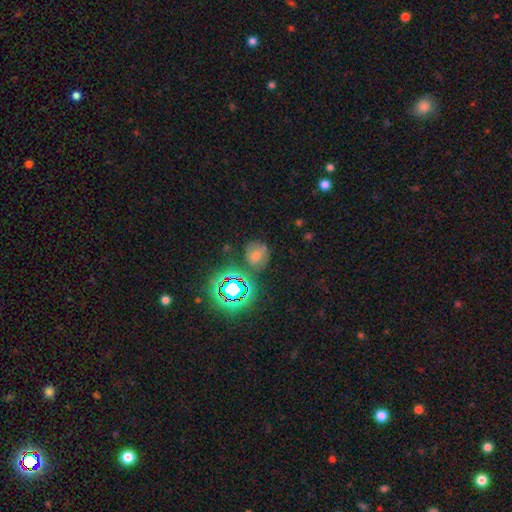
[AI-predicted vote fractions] This is marginally a star or artifact rather than a galaxy (41%).